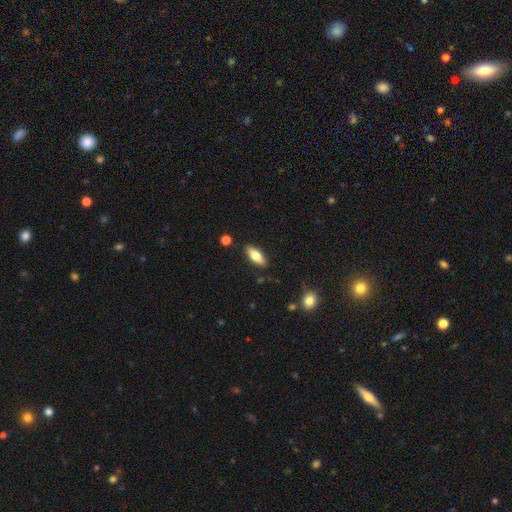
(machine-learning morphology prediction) Smooth or featured: smooth — 69% (featured or disk — 25%)
How rounded: in between — 71% (cigar-shaped — 26%)
Merging: none — 87% (minor disturbance — 10%)